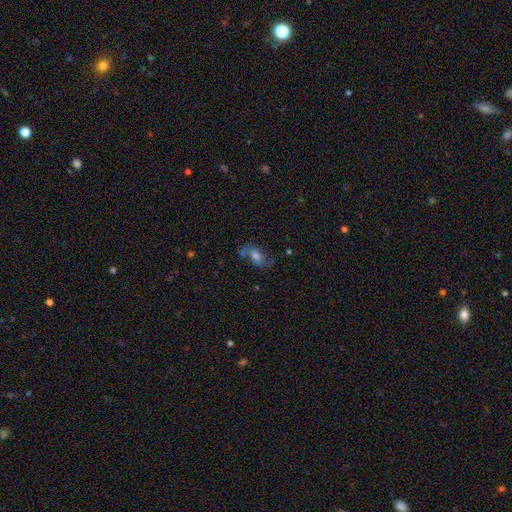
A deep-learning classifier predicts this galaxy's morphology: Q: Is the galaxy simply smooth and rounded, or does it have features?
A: smooth — 58%.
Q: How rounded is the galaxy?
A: in between — 83%.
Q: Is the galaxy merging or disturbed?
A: none — 54%.